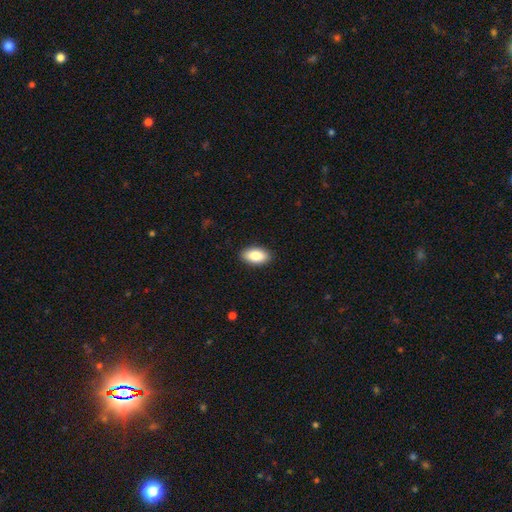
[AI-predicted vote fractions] The model was most divided on "smooth or featured": smooth: 87%, star or artifact: 6%, featured or disk: 6%. More confident: how rounded — in between (94%); merging — none (90%).